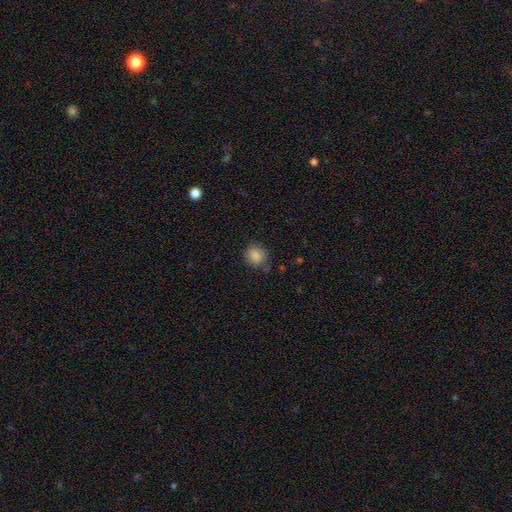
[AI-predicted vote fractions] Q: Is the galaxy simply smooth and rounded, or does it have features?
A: smooth — 87%.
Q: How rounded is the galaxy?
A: round — 82%.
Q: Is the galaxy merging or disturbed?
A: none — 79%.